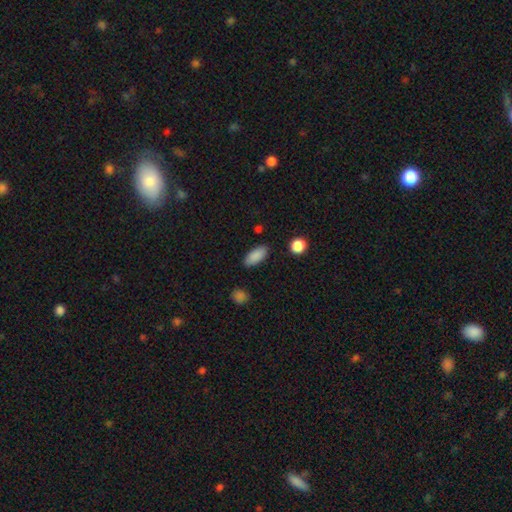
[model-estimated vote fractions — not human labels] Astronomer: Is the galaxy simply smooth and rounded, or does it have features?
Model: smooth — 88%.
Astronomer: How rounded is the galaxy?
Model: in between — 86%.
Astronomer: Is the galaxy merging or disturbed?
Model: none — 86%.